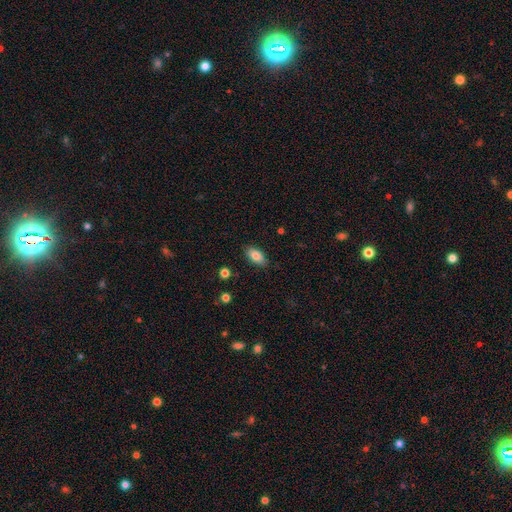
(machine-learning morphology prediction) This appears to be a smooth galaxy with no disk features (82%) that is in between round and cigar-shaped (90%). Merging: none (85%).